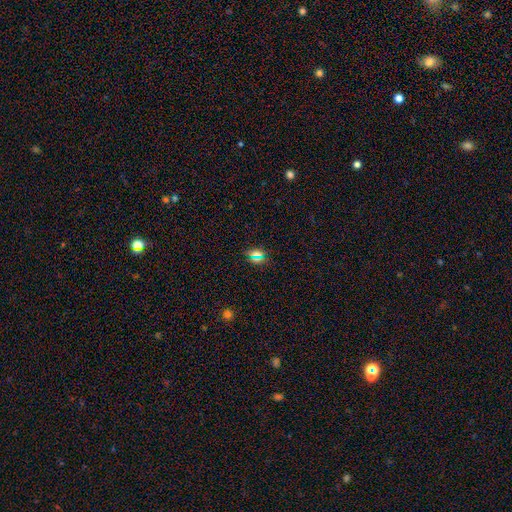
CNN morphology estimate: smooth_or_featured: smooth (p=0.54) [alt: star or artifact p=0.36]
how_rounded: in between (p=0.49) [alt: round p=0.41]
merging: none (p=0.82) [alt: minor disturbance p=0.10]